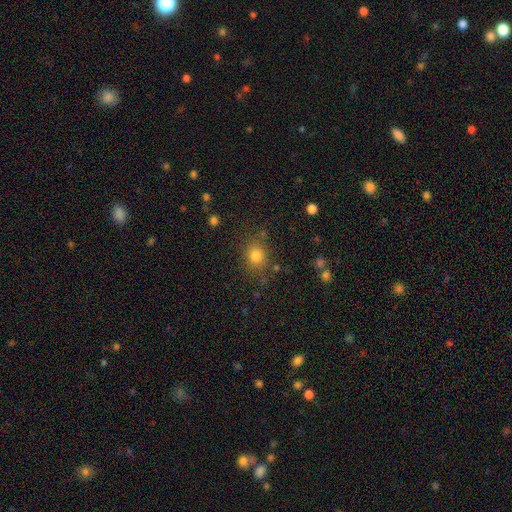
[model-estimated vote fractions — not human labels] This appears to be a smooth galaxy with no disk features (79%) that is round (68%). Merging: none (81%).